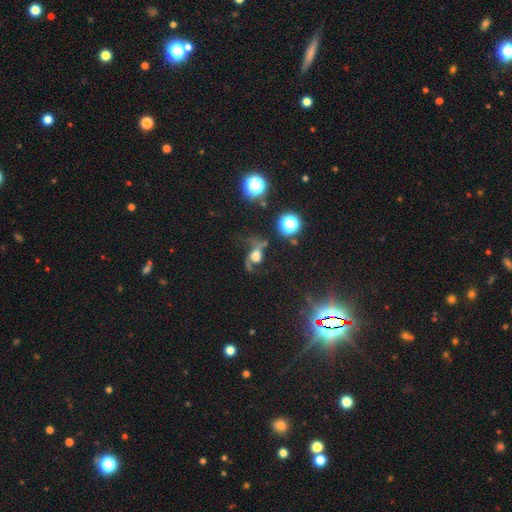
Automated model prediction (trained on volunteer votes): Q: Smooth or featured?
A: featured or disk (64%); runner-up: smooth (20%)
Q: Edge-on disk?
A: no (93%); runner-up: yes (7%)
Q: Bar?
A: no (64%); runner-up: weak (27%)
Q: Spiral arms?
A: yes (87%); runner-up: no (13%)
Q: Spiral winding?
A: loose (82%); runner-up: medium (15%)
Q: Spiral arm count?
A: 2 (84%); runner-up: 1 (8%)
Q: Bulge size?
A: large (45%); runner-up: moderate (23%)
Q: Merging?
A: none (47%); runner-up: major disturbance (29%)